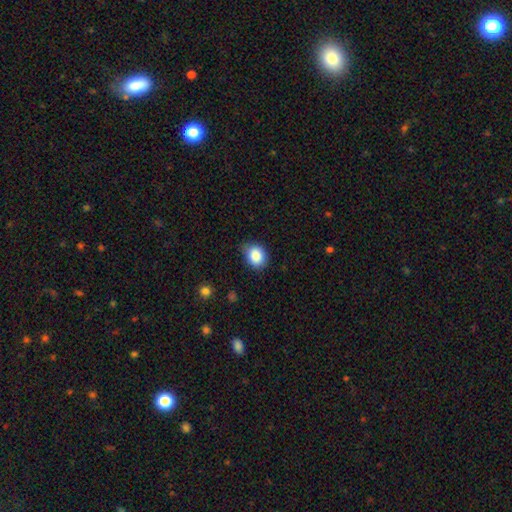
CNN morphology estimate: Smooth or featured?
  - smooth: 86% *
  - star or artifact: 9%
  - featured or disk: 5%
How rounded?
  - round: 55% *
  - in between: 44%
  - cigar-shaped: 1%
Merging?
  - none: 74% *
  - minor disturbance: 21%
  - major disturbance: 4%
  - merger: 1%